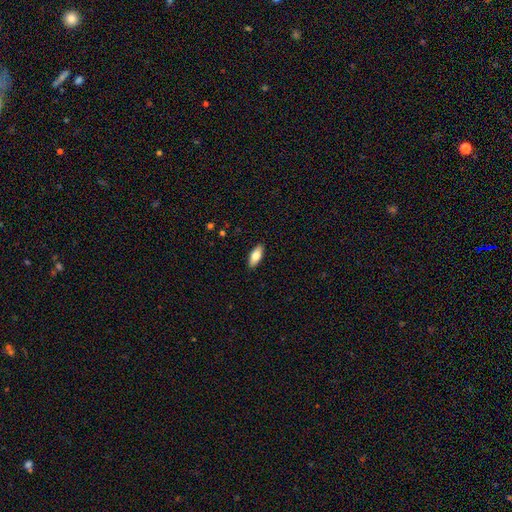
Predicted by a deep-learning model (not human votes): Smooth or featured? smooth (75%)
How rounded? in between (79%)
Merging? none (90%)